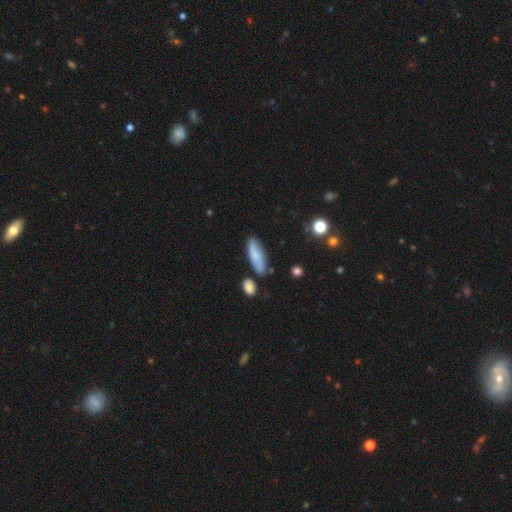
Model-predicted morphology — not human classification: A smooth galaxy with no disk features (74%) that is in between round and cigar-shaped (55%). Merging: none (71%).